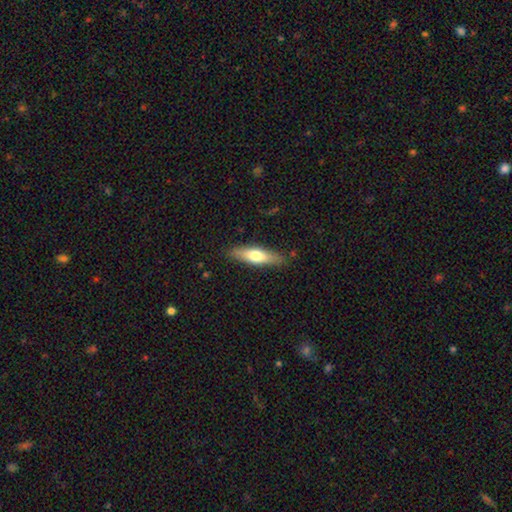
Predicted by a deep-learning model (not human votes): A smooth galaxy with no disk features (60%) that is cigar-shaped (63%).

Vote fractions:
- Smooth or featured? smooth: 60% / featured or disk: 34% / star or artifact: 6%
- How rounded? cigar-shaped: 63% / in between: 35% / round: 2%
- Merging? none: 85% / minor disturbance: 11% / major disturbance: 2% / merger: 1%